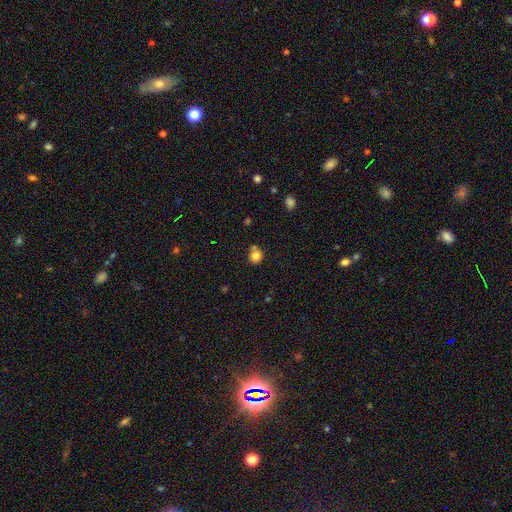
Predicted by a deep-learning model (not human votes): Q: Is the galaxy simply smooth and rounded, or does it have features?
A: smooth — 81%.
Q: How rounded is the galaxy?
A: round — 84%.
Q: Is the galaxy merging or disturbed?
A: none — 62%.